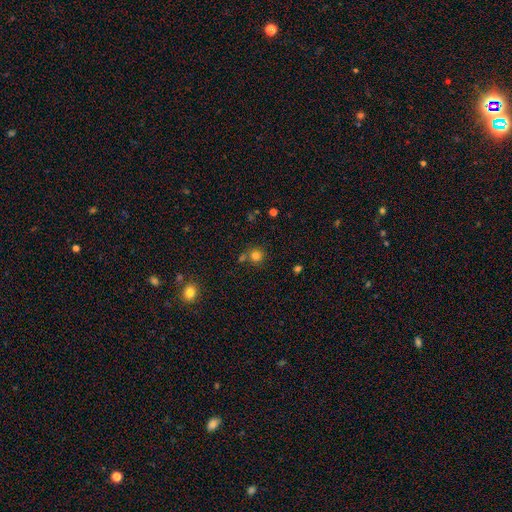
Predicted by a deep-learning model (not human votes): Q: Smooth or featured?
A: smooth (78%); runner-up: star or artifact (15%)
Q: How rounded?
A: round (92%); runner-up: in between (7%)
Q: Merging?
A: none (72%); runner-up: merger (17%)